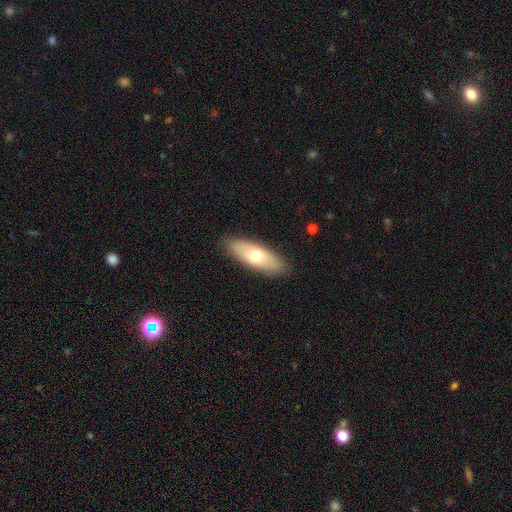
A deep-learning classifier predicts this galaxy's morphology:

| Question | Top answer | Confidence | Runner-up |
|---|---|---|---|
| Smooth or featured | smooth | 64% | featured or disk (30%) |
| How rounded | in between | 65% | cigar-shaped (32%) |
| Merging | none | 88% | minor disturbance (9%) |